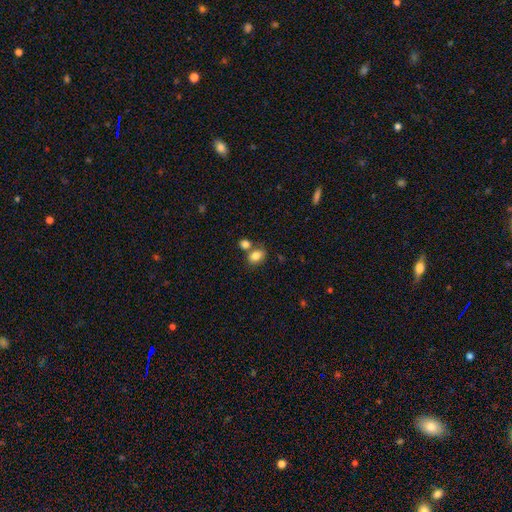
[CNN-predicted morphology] Smooth or featured?
  - smooth: 81% *
  - star or artifact: 9%
  - featured or disk: 9%
How rounded?
  - in between: 75% *
  - round: 24%
  - cigar-shaped: 1%
Merging?
  - none: 57% *
  - merger: 27%
  - minor disturbance: 13%
  - major disturbance: 4%